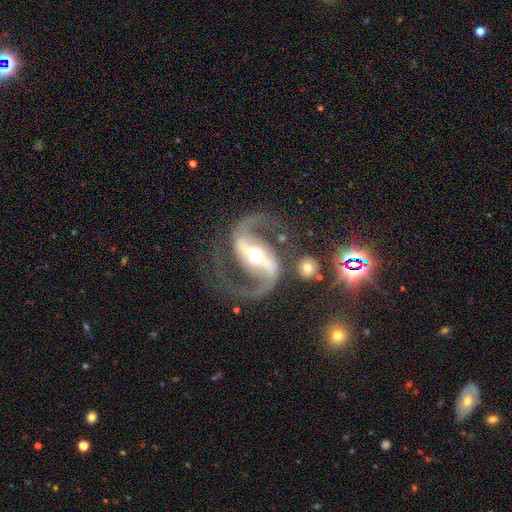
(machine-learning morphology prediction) smooth-or-featured: featured or disk: 94% | star or artifact: 4% | smooth: 3%
  disk-edge-on: no: 97% | yes: 3%
    bar: strong: 73% | weak: 19% | no: 9%
    has-spiral-arms: yes: 97% | no: 3%
      spiral-winding: medium: 59% | loose: 30% | tight: 11%
      spiral-arm-count: 2: 94% | 1: 1% | can't tell: 1% | 3: 1% | 4: 1% | more than 4: 1%
    bulge-size: moderate: 71% | small: 14% | large: 12% | dominant: 2% | none: 1%
  merging: none: 76% | minor disturbance: 11% | major disturbance: 8% | merger: 4%